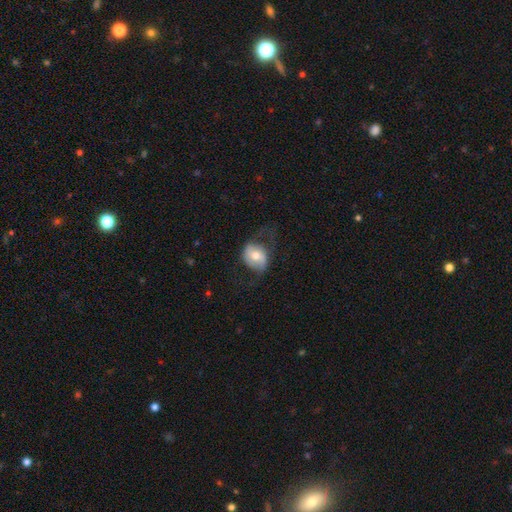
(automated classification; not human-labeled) Smooth or featured: smooth — 52% (featured or disk — 41%)
How rounded: in between — 52% (round — 47%)
Merging: none — 48% (major disturbance — 25%)